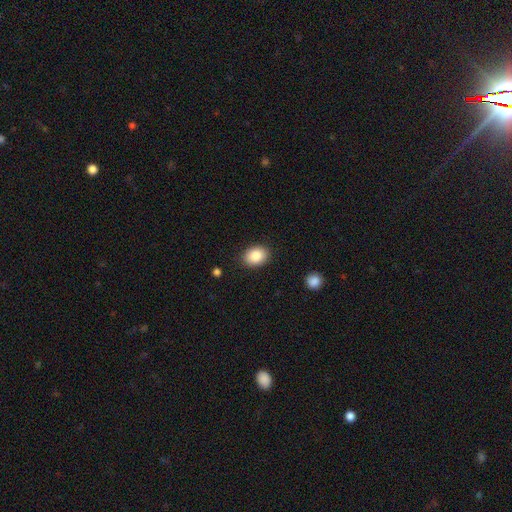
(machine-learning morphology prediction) Overall: smooth (87%). How rounded: in between (67%; round 32%). Merging: none (88%).